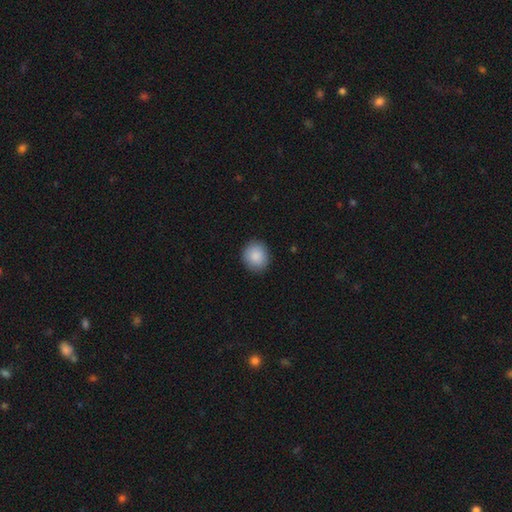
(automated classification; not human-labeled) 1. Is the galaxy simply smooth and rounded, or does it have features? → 89% smooth, 7% star or artifact, 4% featured or disk.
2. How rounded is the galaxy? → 84% round, 15% in between, 1% cigar-shaped.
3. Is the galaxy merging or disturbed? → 89% none, 8% minor disturbance, 2% major disturbance, 1% merger.